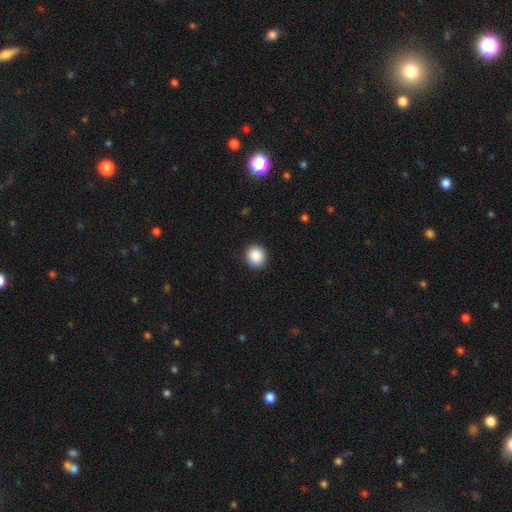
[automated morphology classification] This appears to be a smooth galaxy with no disk features (88%) that is round (86%). Merging: none (92%).